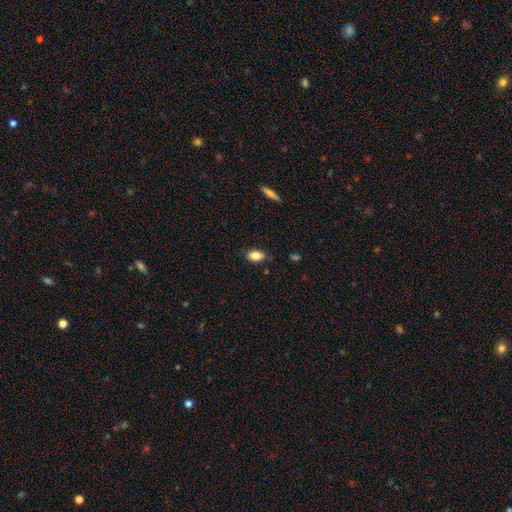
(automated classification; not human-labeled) Smooth or featured: smooth — 85% (star or artifact — 8%)
How rounded: in between — 89% (round — 8%)
Merging: none — 83% (minor disturbance — 13%)